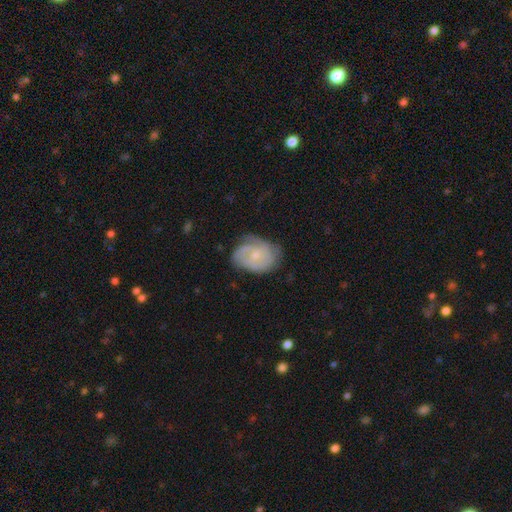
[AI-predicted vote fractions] A featured or disk galaxy (66%) with no bar (74%), tight (54%) spiral arms (87%) and a small central bulge (69%).

Vote fractions:
- Smooth or featured? featured or disk: 66% / smooth: 27% / star or artifact: 7%
- Edge-on disk? no: 97% / yes: 3%
- Bar? no: 74% / weak: 22% / strong: 3%
- Spiral arms? yes: 87% / no: 13%
- Spiral winding? tight: 54% / medium: 34% / loose: 13%
- Spiral arm count? can't tell: 37% / 2: 25% / 3: 21% / 1: 7% / 4: 6% / more than 4: 4%
- Bulge size? small: 69% / moderate: 26% / none: 4% / large: 1% / dominant: 1%
- Merging? none: 59% / minor disturbance: 28% / major disturbance: 11% / merger: 1%